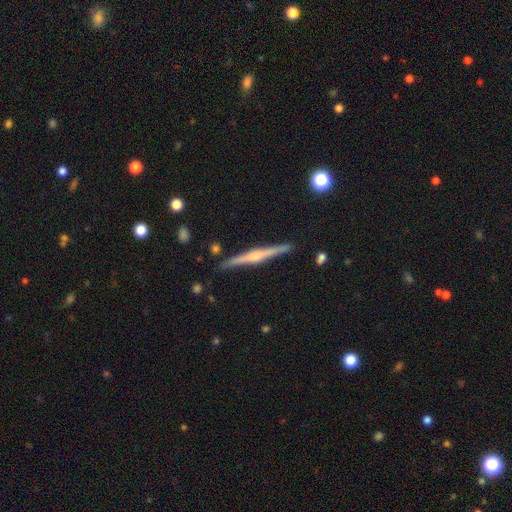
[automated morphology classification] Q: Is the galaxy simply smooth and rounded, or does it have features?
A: featured or disk — 78%.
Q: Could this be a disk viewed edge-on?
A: yes — 98%.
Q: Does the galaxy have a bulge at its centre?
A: rounded — 75%.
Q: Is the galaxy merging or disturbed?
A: none — 90%.